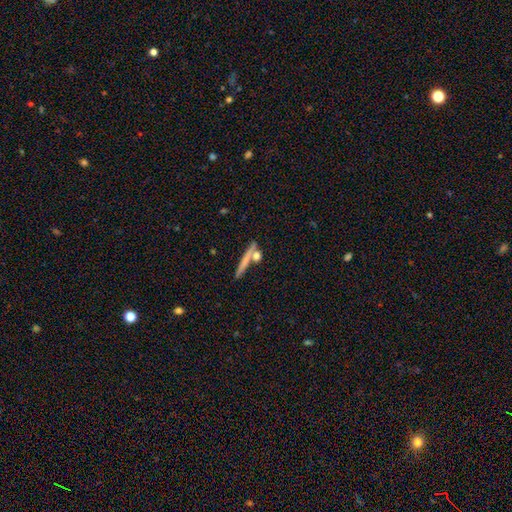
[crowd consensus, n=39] Smooth or featured? 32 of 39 (82%) said smooth. How rounded? 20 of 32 (62%) said cigar-shaped. Merging? 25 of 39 (64%) said none.